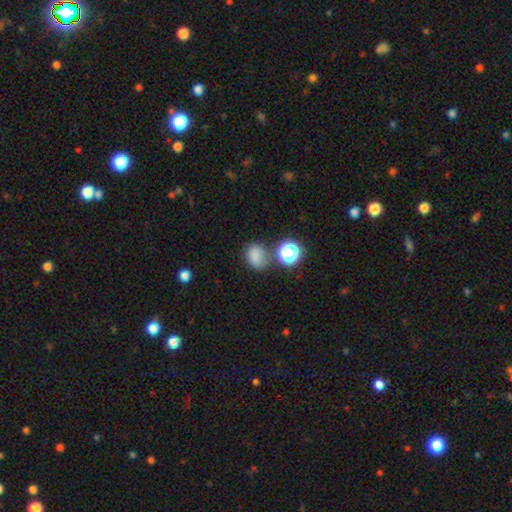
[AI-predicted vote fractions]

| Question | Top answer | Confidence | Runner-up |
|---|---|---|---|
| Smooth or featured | smooth | 78% | star or artifact (16%) |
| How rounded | round | 51% | in between (48%) |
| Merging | none | 63% | minor disturbance (18%) |